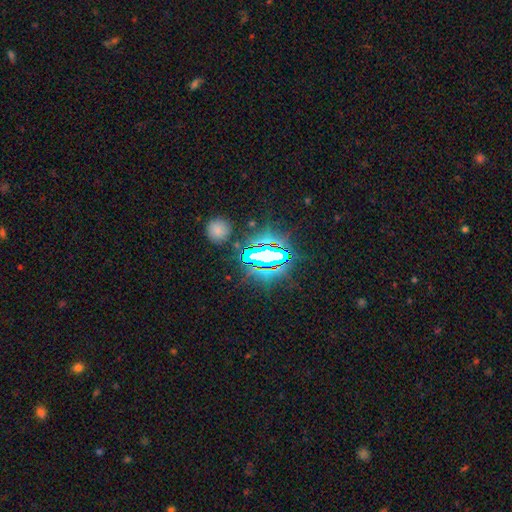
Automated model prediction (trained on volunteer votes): This is likely a star or artifact rather than a galaxy (76%).